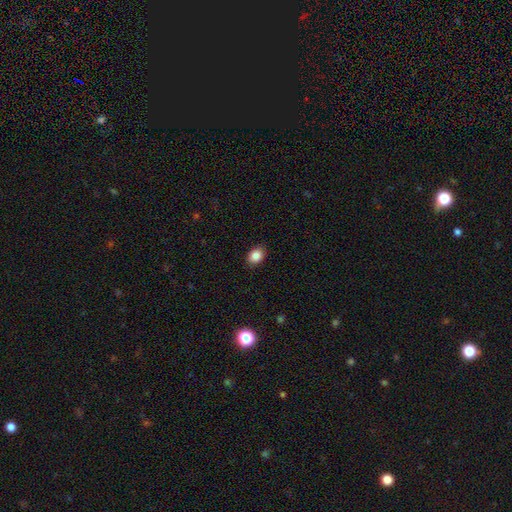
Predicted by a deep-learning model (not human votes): Morphology: type=smooth (86%); roundness=in between (69%); merging=none (88%).